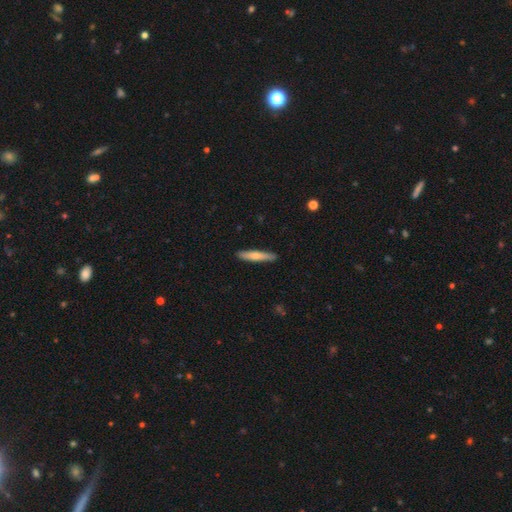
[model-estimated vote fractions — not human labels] The model was most divided on "smooth or featured": smooth: 62%, featured or disk: 32%, star or artifact: 5%. More confident: how rounded — cigar-shaped (91%); merging — none (90%).